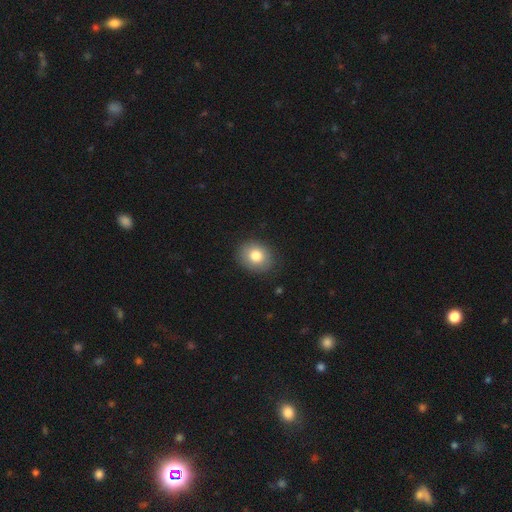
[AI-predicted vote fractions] This appears to be a smooth galaxy with no disk features (80%) that is round (61%). Merging: none (87%).